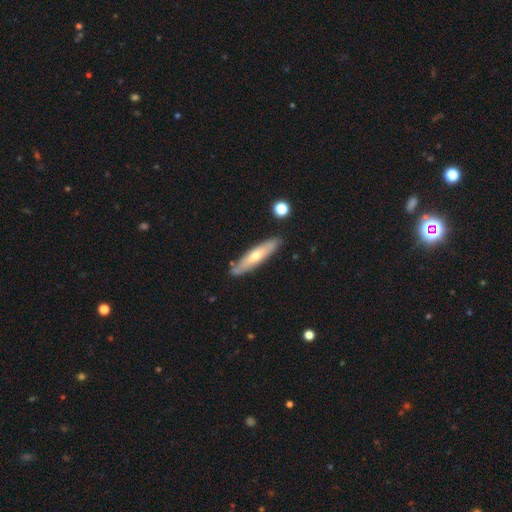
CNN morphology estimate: A smooth galaxy with no disk features (49%).

Vote fractions:
- Smooth or featured? smooth: 49% / featured or disk: 45% / star or artifact: 6%
- Merging? none: 82% / minor disturbance: 12% / merger: 3% / major disturbance: 2%